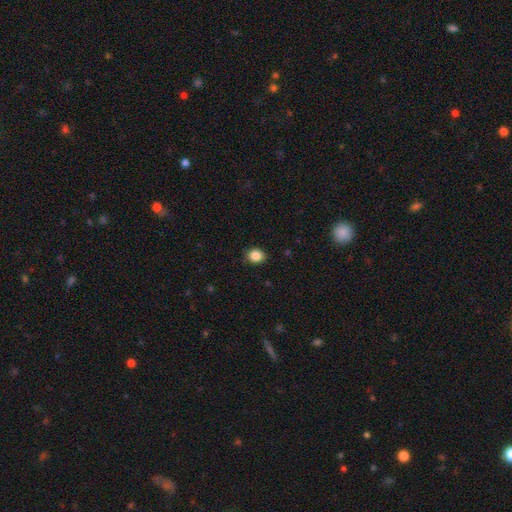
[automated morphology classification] Smooth or featured? Predicted: smooth (p=0.86). How rounded? Predicted: round (p=0.68). Merging? Predicted: none (p=0.87).